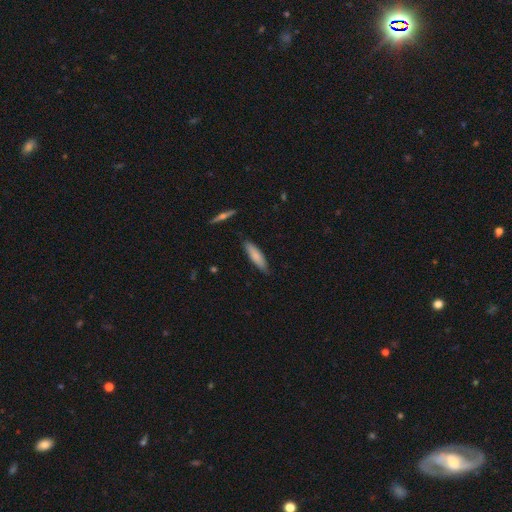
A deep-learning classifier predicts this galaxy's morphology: Smooth or featured? smooth (78%)
How rounded? cigar-shaped (68%)
Merging? none (82%)